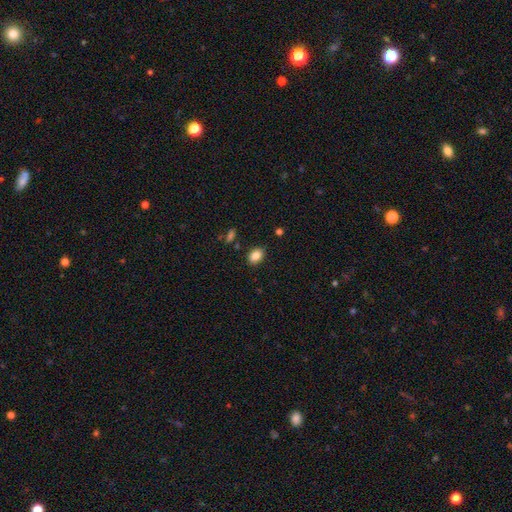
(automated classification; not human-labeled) The model was most divided on "how rounded": in between: 76%, round: 22%, cigar-shaped: 1%. More confident: merging — none (86%); smooth or featured — smooth (86%).